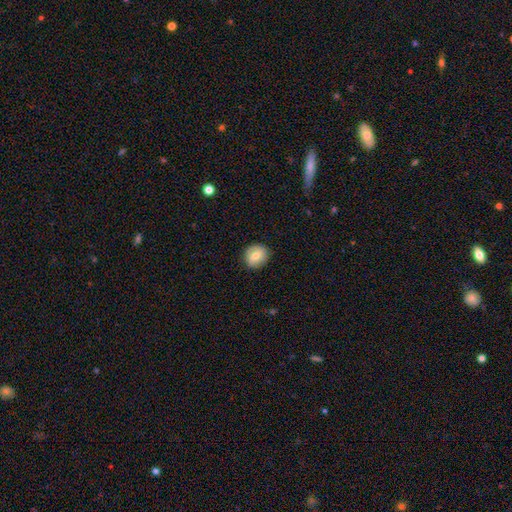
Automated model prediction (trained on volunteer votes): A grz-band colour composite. It shows a smooth galaxy with no disk features (73%) that is round (81%). Merging: none (86%).